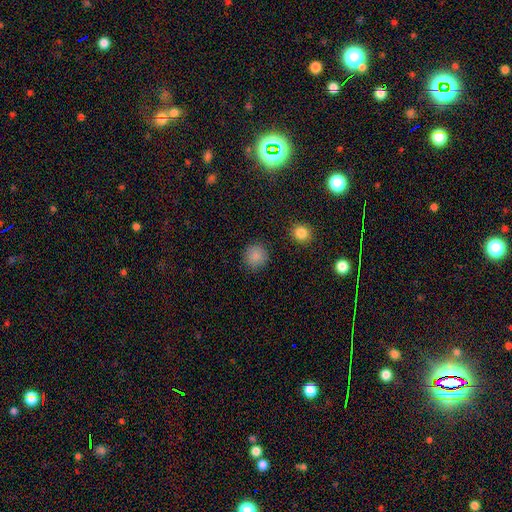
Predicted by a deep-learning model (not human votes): Overall: smooth (87%). How rounded: round (93%). Merging: none (90%).